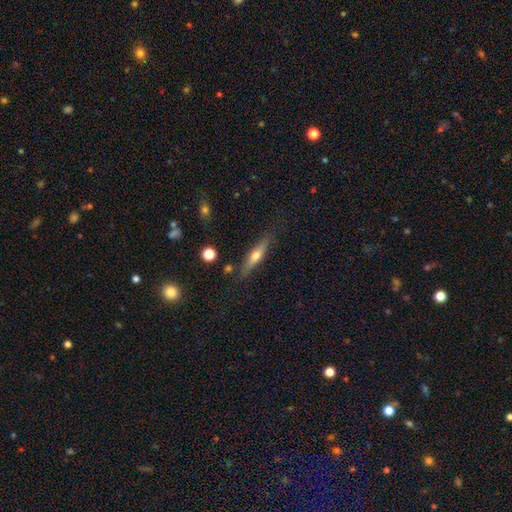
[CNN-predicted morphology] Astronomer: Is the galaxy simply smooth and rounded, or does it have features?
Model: featured or disk — 47% (runner-up: smooth, 46%).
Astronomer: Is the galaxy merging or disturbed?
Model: none — 81%.